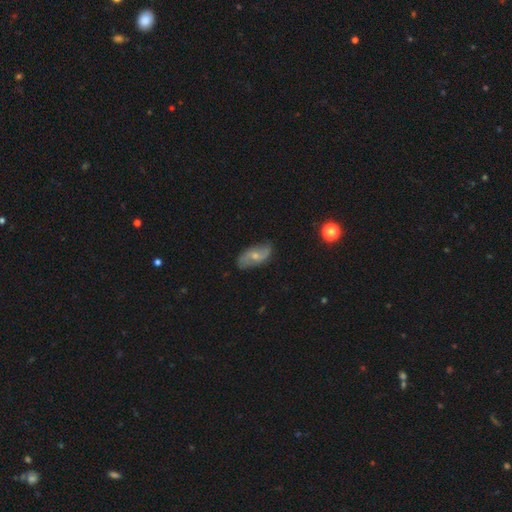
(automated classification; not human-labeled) featured or disk 60%, smooth 33%, star or artifact 7%. Down the decision tree: edge-on disk — no (92%); bar — no (52%); spiral arms — yes (84%); bulge size — moderate (49%); merging — none (78%).